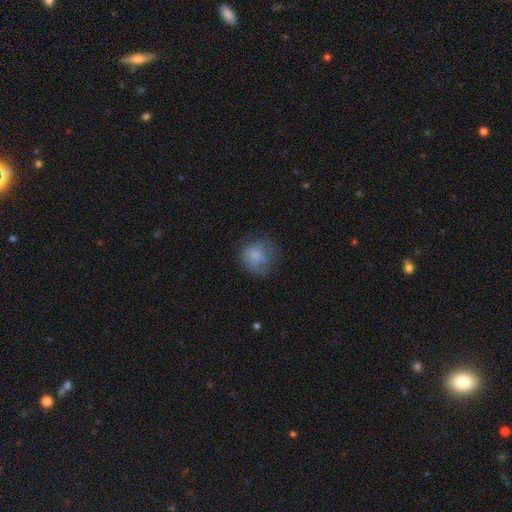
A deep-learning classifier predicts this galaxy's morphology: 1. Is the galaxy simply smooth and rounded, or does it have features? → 69% smooth, 22% featured or disk, 10% star or artifact.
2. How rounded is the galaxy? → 79% round, 20% in between, 1% cigar-shaped.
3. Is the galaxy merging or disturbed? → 54% none, 25% minor disturbance, 18% major disturbance, 4% merger.